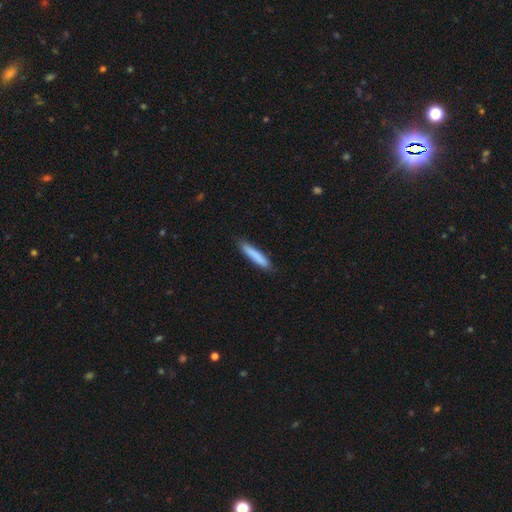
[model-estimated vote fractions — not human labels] The model was most divided on "merging": none: 84%, minor disturbance: 13%, major disturbance: 2%, merger: 1%. More confident: how rounded — cigar-shaped (89%); smooth or featured — smooth (84%).